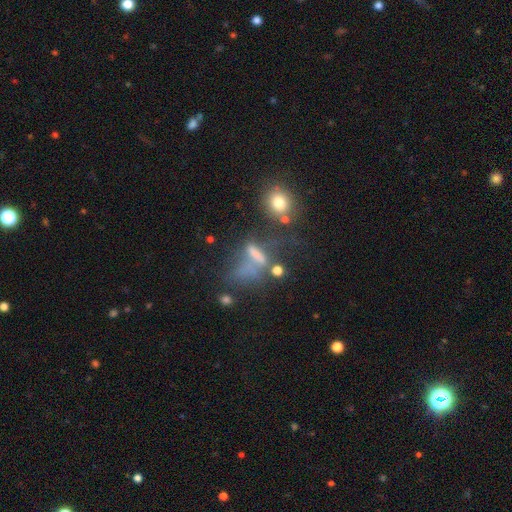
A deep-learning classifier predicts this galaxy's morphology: A featured or disk galaxy (38%).

Vote fractions:
- Smooth or featured? featured or disk: 38% / smooth: 36% / star or artifact: 25%
- Merging? major disturbance: 36% / none: 29% / merger: 20% / minor disturbance: 16%